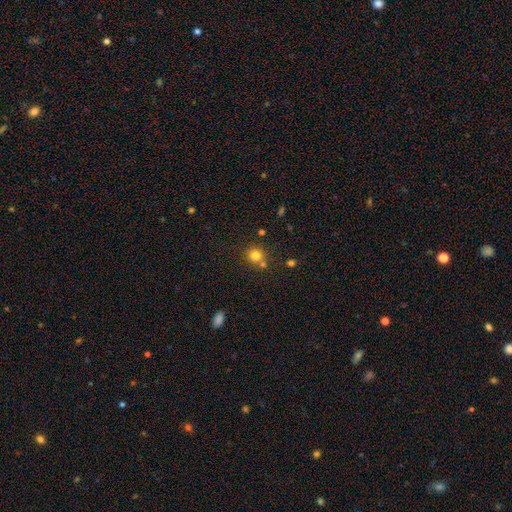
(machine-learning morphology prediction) type=smooth (78%); roundness=round (88%); merging=none (70%).